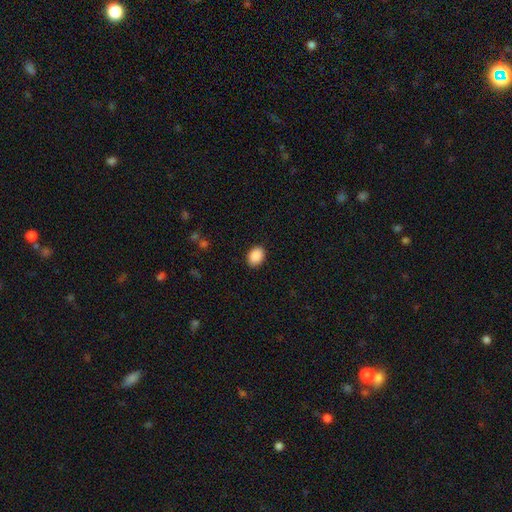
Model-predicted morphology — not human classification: This is clearly a smooth galaxy (90%). How rounded: likely in between (74%). Merging: clearly none (89%).